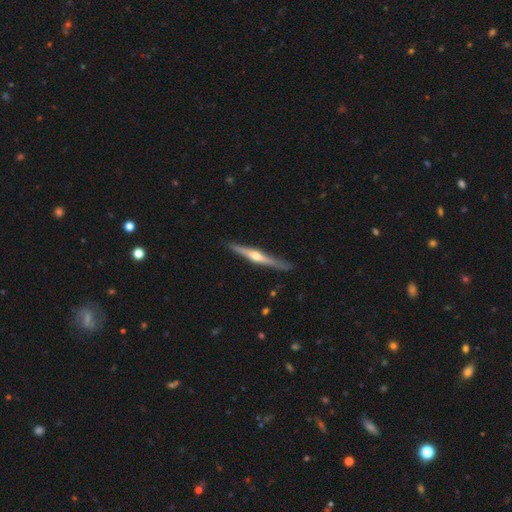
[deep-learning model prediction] A featured or disk galaxy (71%) viewed edge-on (97%) with a rounded central bulge (88%).

Vote fractions:
- Smooth or featured? featured or disk: 71% / smooth: 24% / star or artifact: 5%
- Edge-on disk? yes: 97% / no: 3%
- Edge-on bulge? rounded: 88% / none: 7% / boxy: 5%
- Merging? none: 87% / minor disturbance: 10% / major disturbance: 2% / merger: 1%